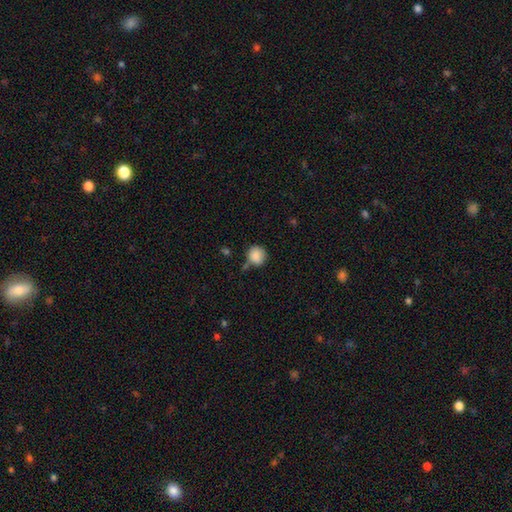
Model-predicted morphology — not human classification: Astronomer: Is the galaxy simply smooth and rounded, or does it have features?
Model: smooth — 87%.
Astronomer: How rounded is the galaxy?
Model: round — 86%.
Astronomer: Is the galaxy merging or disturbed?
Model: none — 65%.